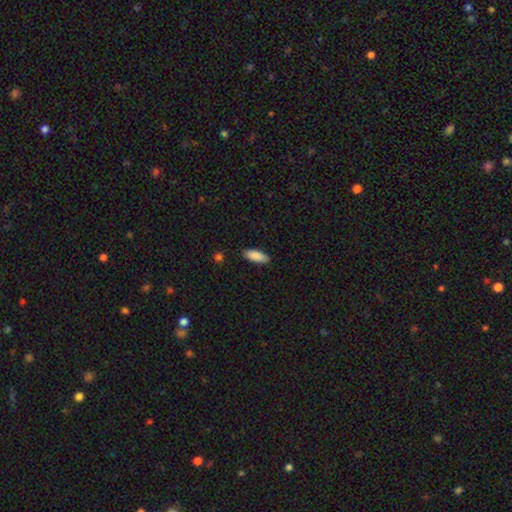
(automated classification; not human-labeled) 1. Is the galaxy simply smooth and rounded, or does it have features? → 89% smooth, 6% star or artifact, 5% featured or disk.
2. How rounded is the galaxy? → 77% in between, 21% cigar-shaped, 2% round.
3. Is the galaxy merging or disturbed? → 86% none, 11% minor disturbance, 2% major disturbance, 1% merger.